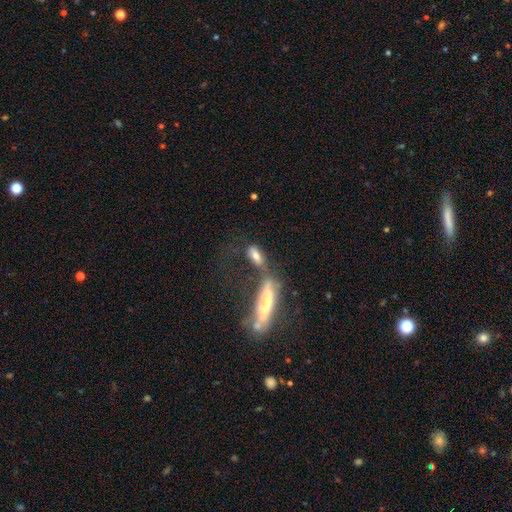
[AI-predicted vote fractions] This is likely a smooth galaxy (67%). How rounded: likely in between (62%). Merging: marginally merger (38%).